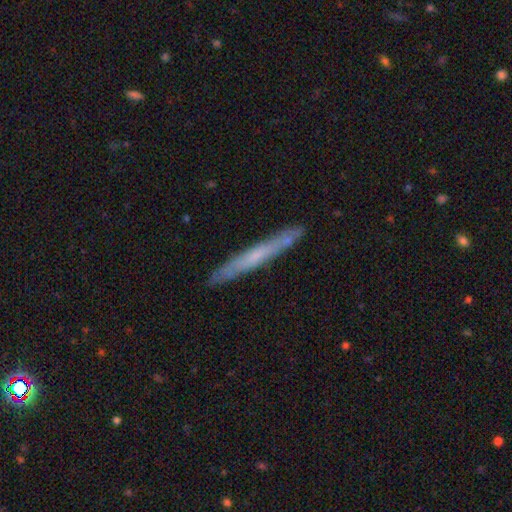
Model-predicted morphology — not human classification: This is possibly a featured or disk galaxy (49%). Merging: clearly none (88%).